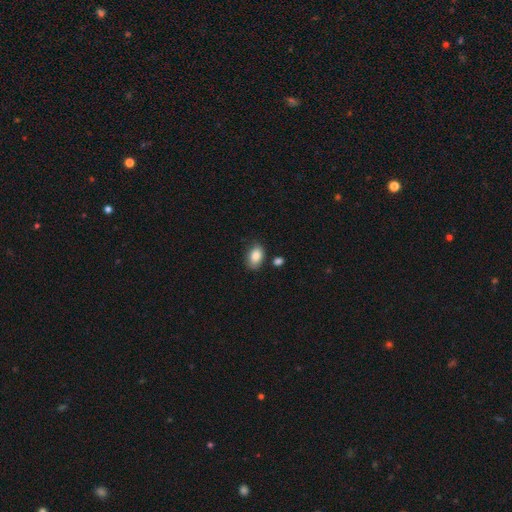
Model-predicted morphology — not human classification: Overall: smooth (86%). How rounded: in between (87%). Merging: none (76%).